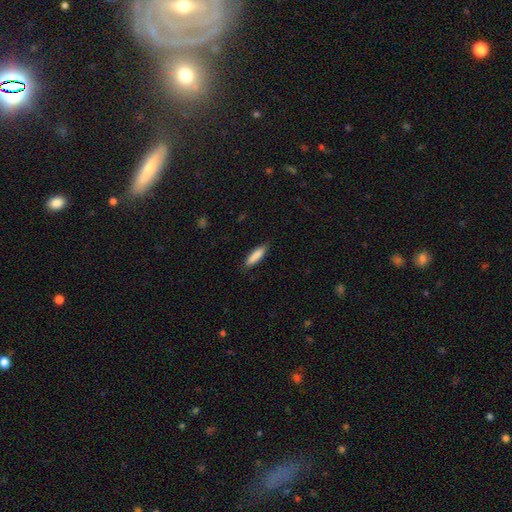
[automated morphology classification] A smooth galaxy with no disk features (86%) that is cigar-shaped (70%).

Vote fractions:
- Smooth or featured? smooth: 86% / featured or disk: 8% / star or artifact: 6%
- How rounded? cigar-shaped: 70% / in between: 28% / round: 1%
- Merging? none: 85% / minor disturbance: 12% / major disturbance: 2% / merger: 1%